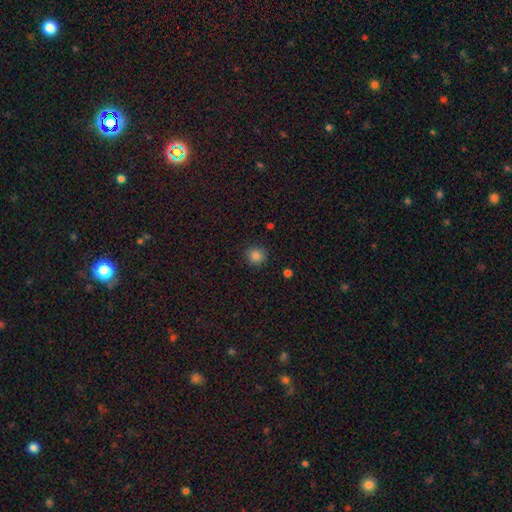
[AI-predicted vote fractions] Smooth or featured? Predicted: smooth (p=0.85). How rounded? Predicted: round (p=0.91). Merging? Predicted: none (p=0.89).